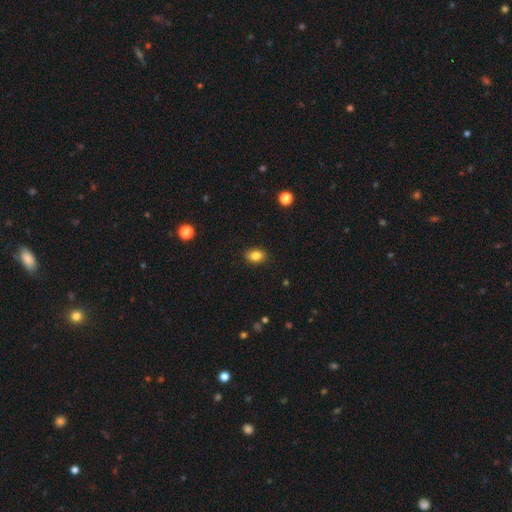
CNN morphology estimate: This is clearly a smooth galaxy (84%). How rounded: likely in between (75%). Merging: clearly none (87%).